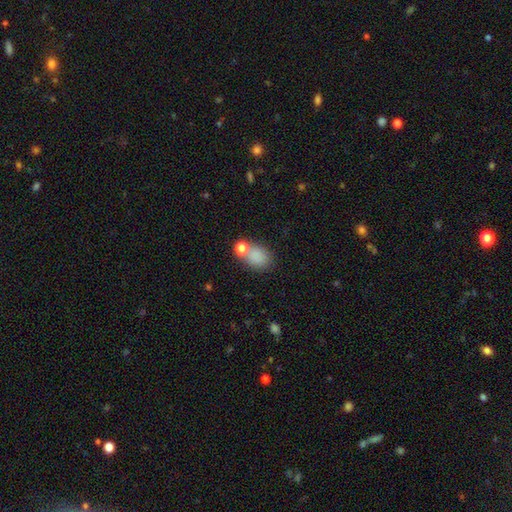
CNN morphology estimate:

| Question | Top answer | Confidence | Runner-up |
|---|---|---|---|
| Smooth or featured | smooth | 81% | star or artifact (12%) |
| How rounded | in between | 61% | round (38%) |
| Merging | none | 57% | merger (23%) |